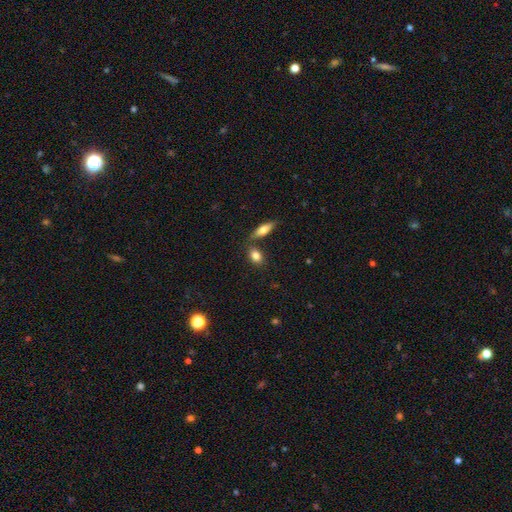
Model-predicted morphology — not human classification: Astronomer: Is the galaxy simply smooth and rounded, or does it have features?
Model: smooth — 81%.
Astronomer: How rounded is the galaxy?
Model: in between — 76%.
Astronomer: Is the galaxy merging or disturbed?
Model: none — 67%.